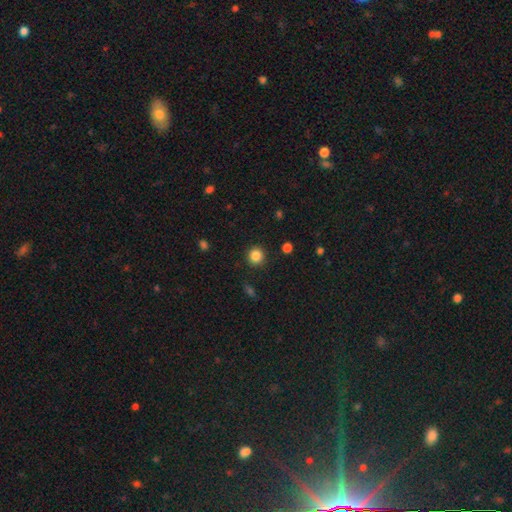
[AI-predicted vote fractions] smooth_or_featured: smooth (p=0.85) [alt: star or artifact p=0.11]
how_rounded: round (p=0.93) [alt: in between p=0.06]
merging: none (p=0.90) [alt: minor disturbance p=0.06]